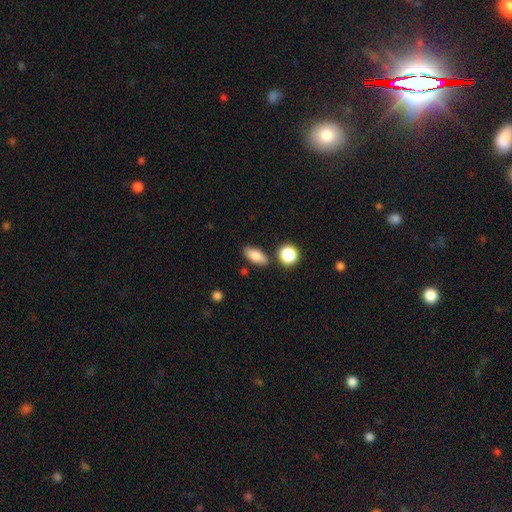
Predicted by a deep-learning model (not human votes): A smooth galaxy with no disk features (83%) that is in between round and cigar-shaped (83%). Merging: none (81%).